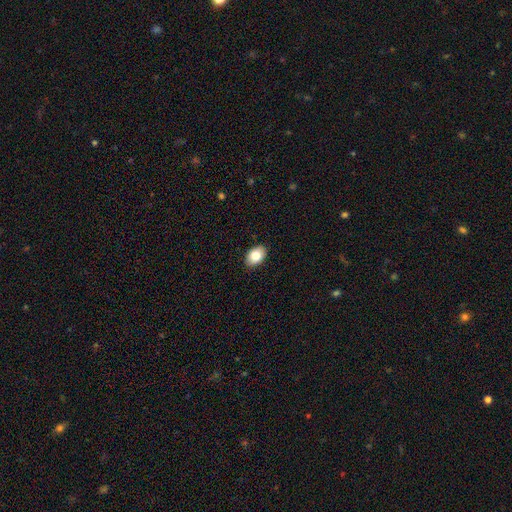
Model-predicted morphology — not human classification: Smooth or featured? Predicted: smooth (p=0.82). How rounded? Predicted: in between (p=0.87). Merging? Predicted: none (p=0.89).